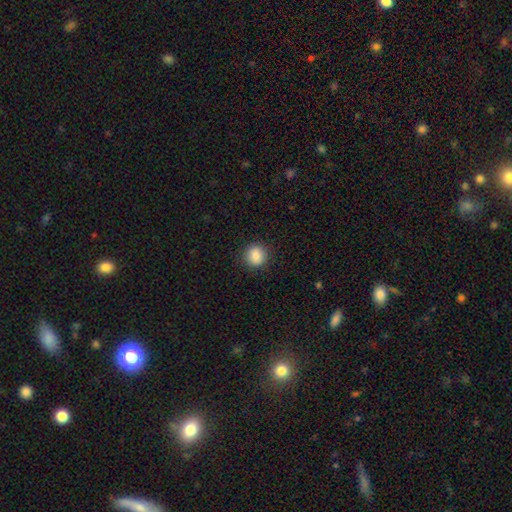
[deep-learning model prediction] This is clearly a smooth galaxy (86%). How rounded: clearly round (85%). Merging: clearly none (89%).